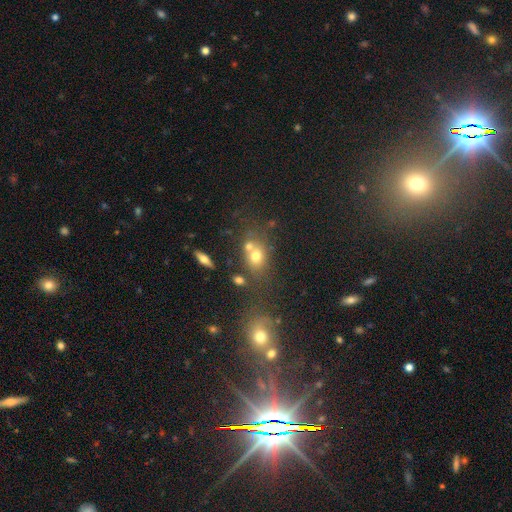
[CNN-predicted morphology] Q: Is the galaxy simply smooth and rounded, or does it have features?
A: smooth — 64%.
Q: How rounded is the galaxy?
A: round — 52%.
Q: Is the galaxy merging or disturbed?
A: none — 49%.